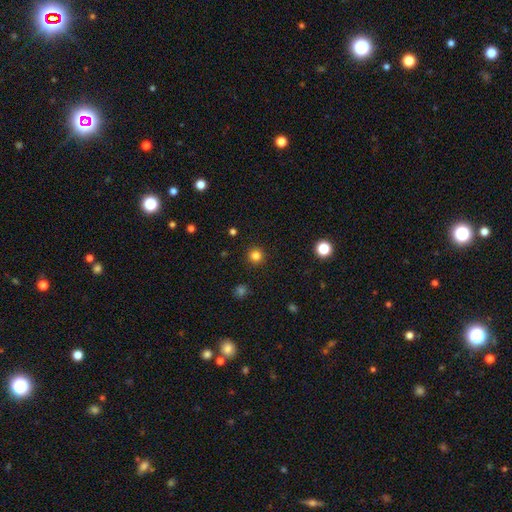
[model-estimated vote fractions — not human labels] Smooth or featured: smooth — 82% (star or artifact — 14%)
How rounded: round — 95% (in between — 4%)
Merging: none — 92% (minor disturbance — 5%)